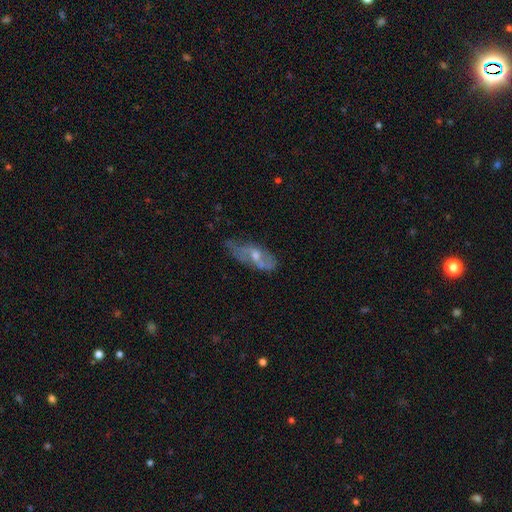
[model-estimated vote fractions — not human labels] Smooth or featured?
  - featured or disk: 62% *
  - smooth: 29%
  - star or artifact: 9%
Edge-on disk?
  - no: 80% *
  - yes: 20%
Merging?
  - none: 51% *
  - minor disturbance: 30%
  - major disturbance: 15%
  - merger: 5%